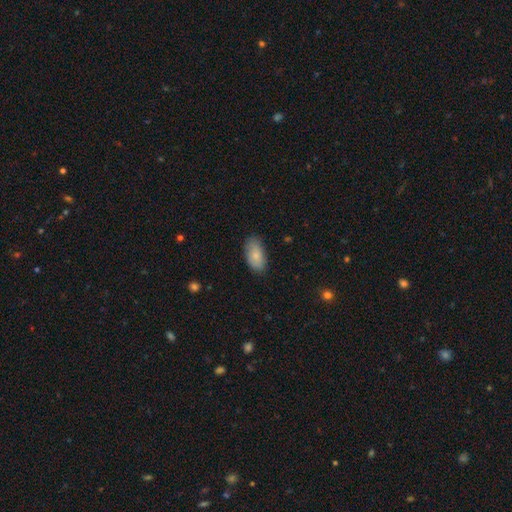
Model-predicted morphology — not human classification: Smooth or featured? smooth (82%)
How rounded? in between (94%)
Merging? none (80%)